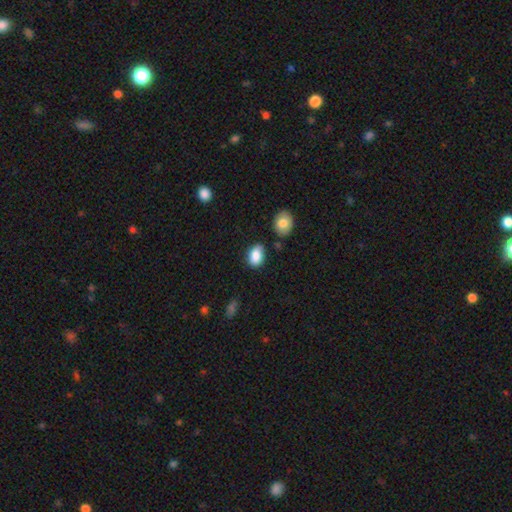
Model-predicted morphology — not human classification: Q: Smooth or featured?
A: smooth (86%); runner-up: star or artifact (8%)
Q: How rounded?
A: in between (84%); runner-up: round (15%)
Q: Merging?
A: none (68%); runner-up: minor disturbance (23%)